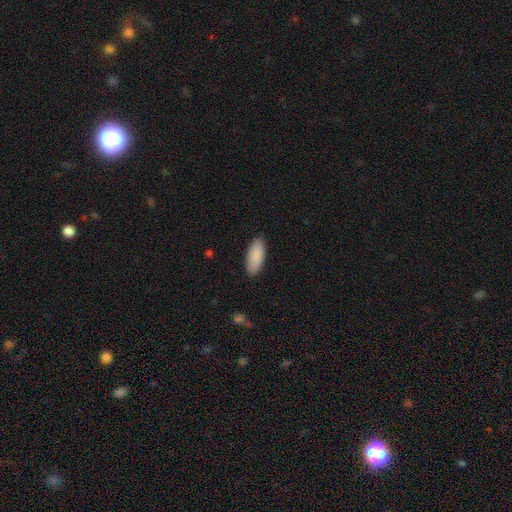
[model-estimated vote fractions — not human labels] This is clearly a smooth galaxy (90%). How rounded: clearly in between (85%). Merging: clearly none (88%).